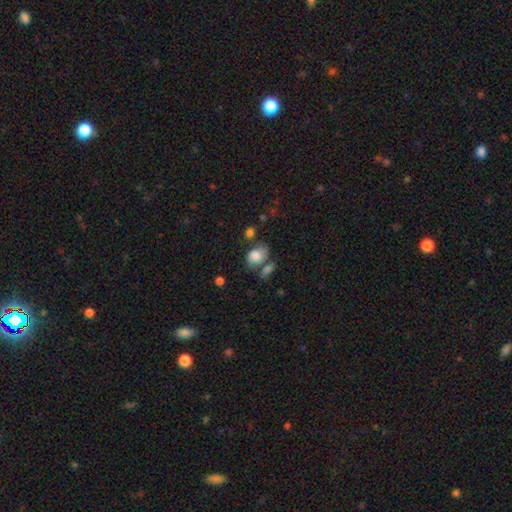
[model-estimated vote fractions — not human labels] smooth 77%, featured or disk 14%, star or artifact 9%. Down the decision tree: how rounded — in between (67%); merging — none (42%).